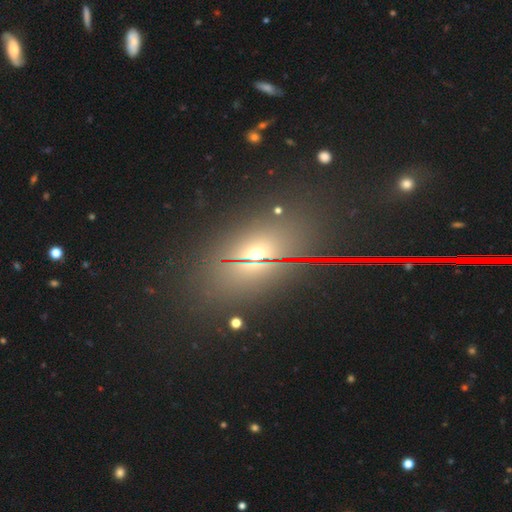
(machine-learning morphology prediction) Smooth or featured? Predicted: smooth (p=0.43). Merging? Predicted: none (p=0.79).